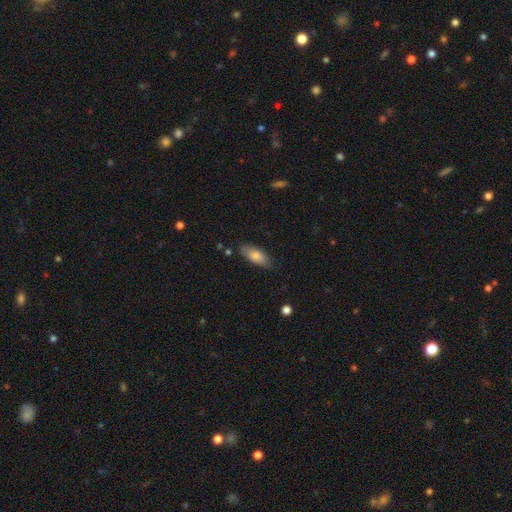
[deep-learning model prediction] smooth_or_featured: smooth (p=0.78) [alt: featured or disk p=0.15]
how_rounded: in between (p=0.80) [alt: cigar-shaped p=0.18]
merging: none (p=0.81) [alt: minor disturbance p=0.14]